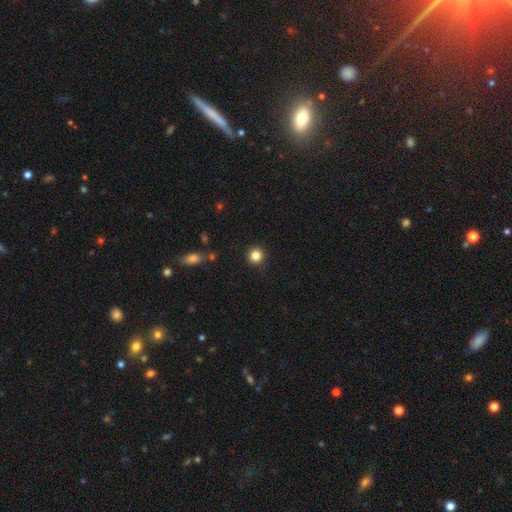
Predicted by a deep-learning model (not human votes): This is clearly a smooth galaxy (84%). How rounded: clearly round (94%). Merging: clearly none (91%).